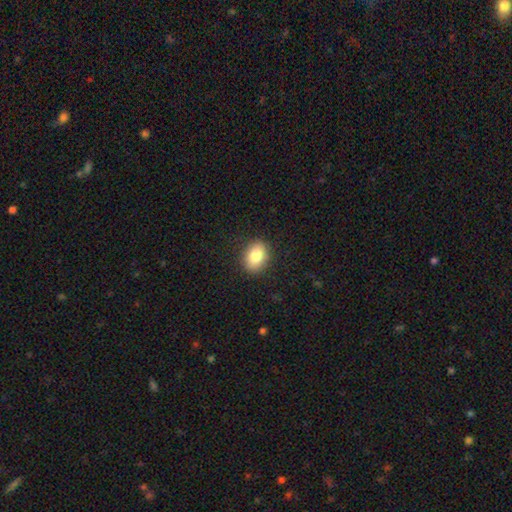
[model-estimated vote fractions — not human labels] smooth 84%, featured or disk 8%, star or artifact 8%. Down the decision tree: how rounded — in between (64%); merging — none (88%).